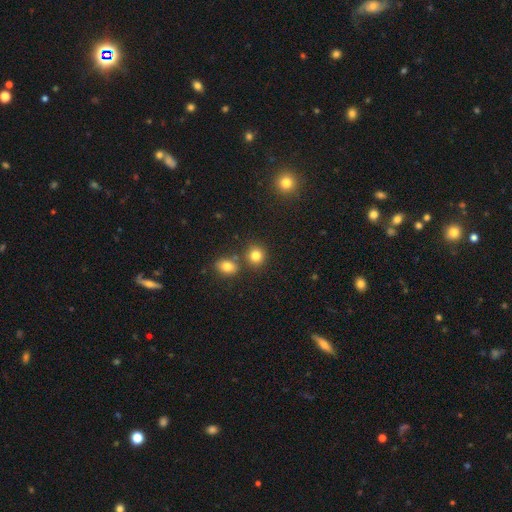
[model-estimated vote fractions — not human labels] Smooth or featured: smooth — 81% (star or artifact — 13%)
How rounded: round — 83% (in between — 16%)
Merging: none — 75% (merger — 14%)